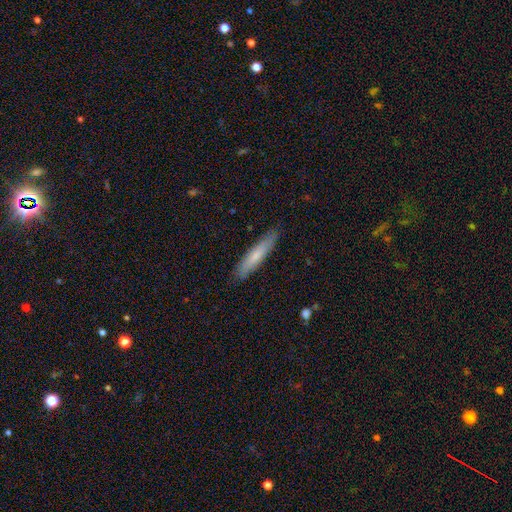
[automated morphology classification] Overall: smooth (69%). How rounded: cigar-shaped (91%). Merging: none (88%).